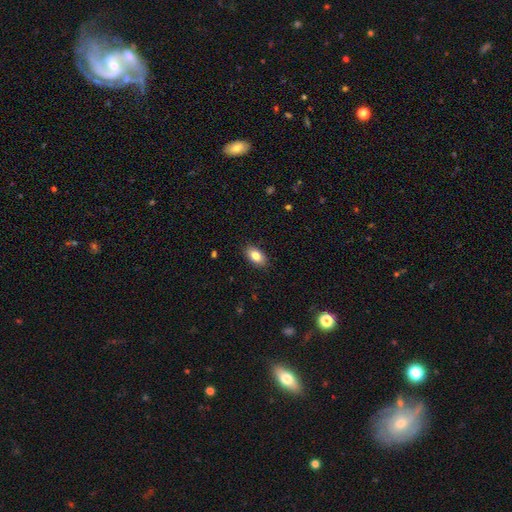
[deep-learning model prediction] Overall: smooth (83%). How rounded: in between (91%). Merging: none (88%).